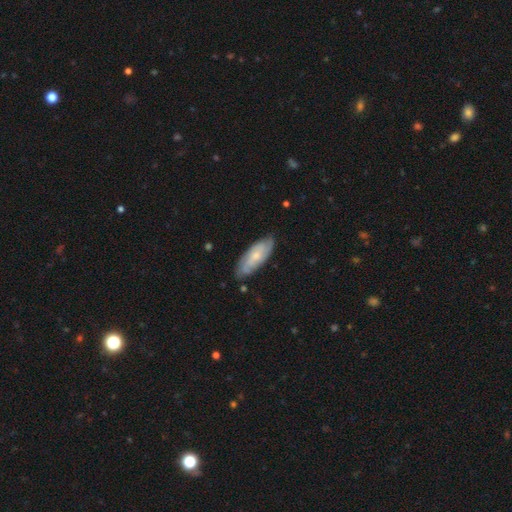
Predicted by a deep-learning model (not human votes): smooth_or_featured: featured or disk (p=0.51) [alt: smooth p=0.43]
disk_edge_on: no (p=0.84) [alt: yes p=0.16]
merging: none (p=0.78) [alt: minor disturbance p=0.18]